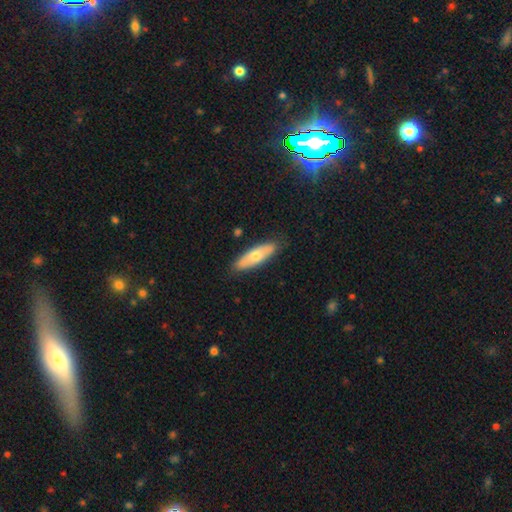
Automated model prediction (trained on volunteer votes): Smooth or featured: smooth — 59% (featured or disk — 35%)
How rounded: in between — 52% (cigar-shaped — 46%)
Merging: none — 86% (minor disturbance — 11%)